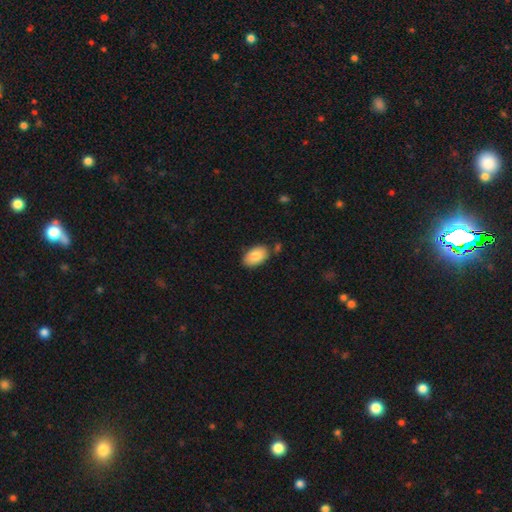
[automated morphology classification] Q: Smooth or featured?
A: smooth (86%); runner-up: featured or disk (7%)
Q: How rounded?
A: in between (93%); runner-up: round (5%)
Q: Merging?
A: none (79%); runner-up: minor disturbance (14%)